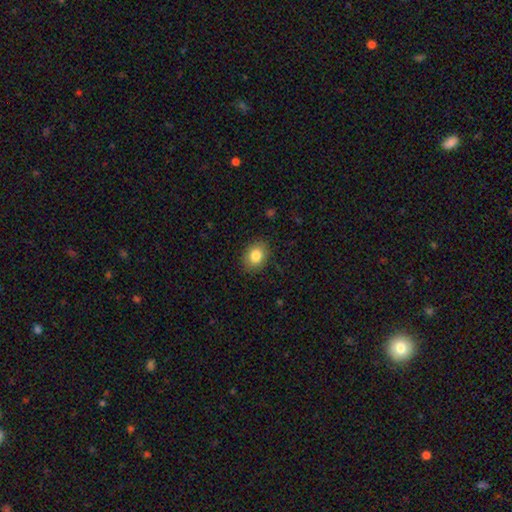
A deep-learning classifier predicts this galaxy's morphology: smooth 84%, star or artifact 9%, featured or disk 7%. Down the decision tree: how rounded — in between (60%); merging — none (87%).